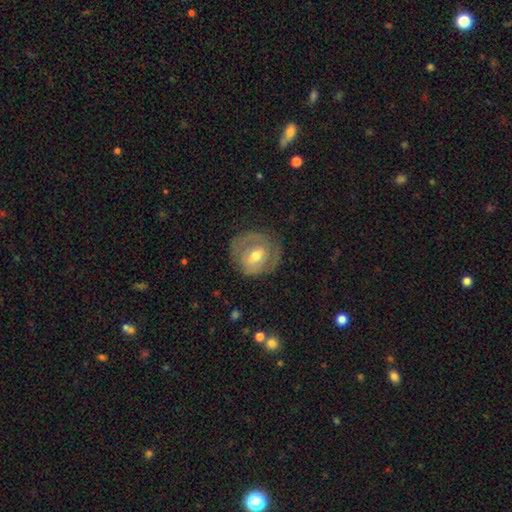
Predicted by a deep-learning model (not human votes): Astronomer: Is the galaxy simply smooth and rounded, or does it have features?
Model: featured or disk — 59% (runner-up: smooth, 35%).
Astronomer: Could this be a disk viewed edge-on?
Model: no — 95%.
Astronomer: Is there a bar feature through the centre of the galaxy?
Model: weak — 45% (runner-up: no, 38%).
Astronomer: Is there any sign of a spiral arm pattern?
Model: yes — 54% (runner-up: no, 46%).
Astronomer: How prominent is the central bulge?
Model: moderate — 73%.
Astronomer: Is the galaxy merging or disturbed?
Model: none — 70%.